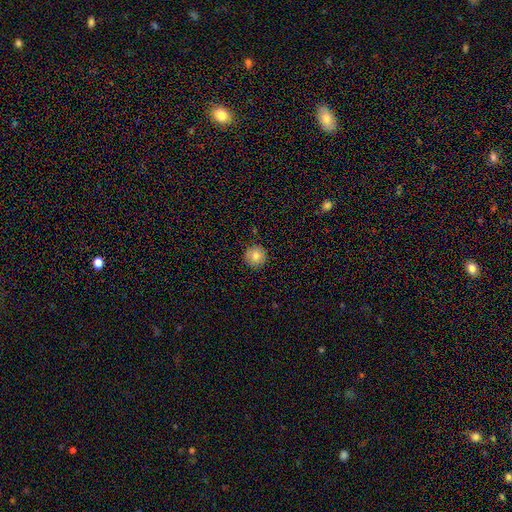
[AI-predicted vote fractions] Overall: smooth (81%). How rounded: round (95%). Merging: none (90%).